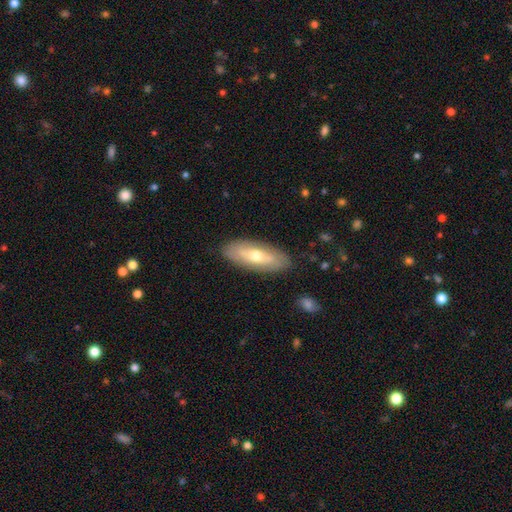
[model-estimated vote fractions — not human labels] Morphology: type=featured or disk (47%, tied with smooth); merging=none (86%).